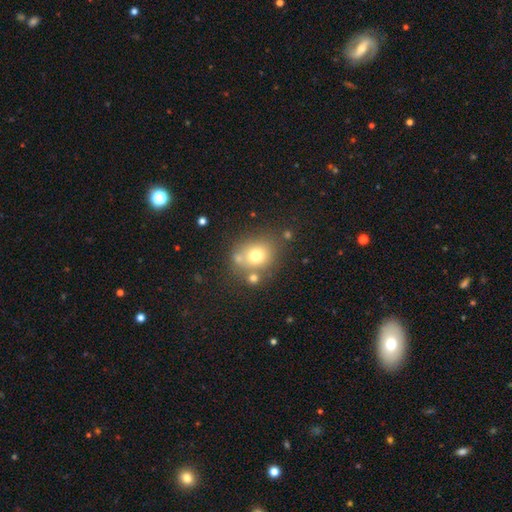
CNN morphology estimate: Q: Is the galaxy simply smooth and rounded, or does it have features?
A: smooth — 70%.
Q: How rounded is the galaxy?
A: round — 71%.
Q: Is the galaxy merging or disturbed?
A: none — 64%.